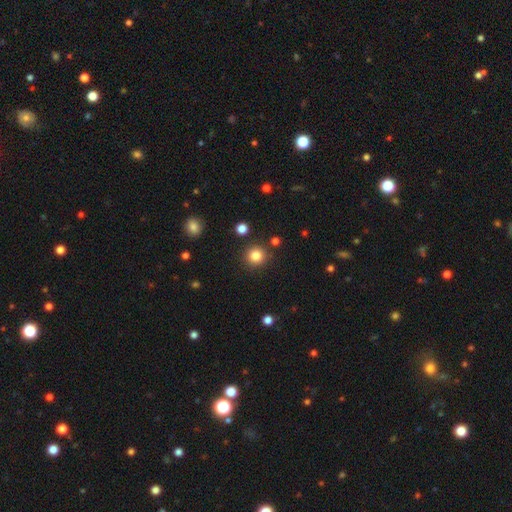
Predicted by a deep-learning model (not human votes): Overall: smooth (84%). How rounded: round (93%). Merging: none (88%).